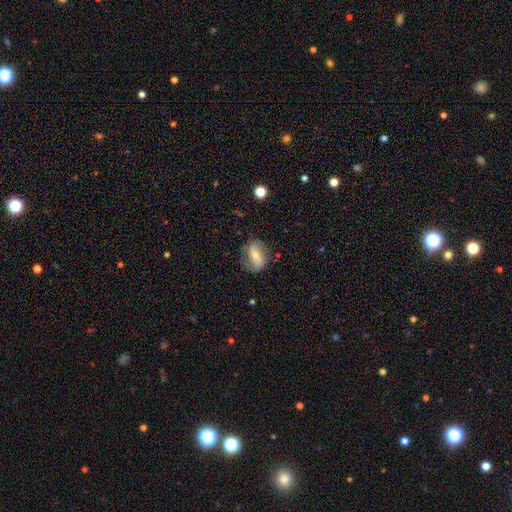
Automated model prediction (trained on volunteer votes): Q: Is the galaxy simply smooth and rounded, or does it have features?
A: featured or disk — 58%.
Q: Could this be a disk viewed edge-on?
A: no — 93%.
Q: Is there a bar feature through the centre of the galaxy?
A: strong — 39%.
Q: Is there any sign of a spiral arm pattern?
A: yes — 74%.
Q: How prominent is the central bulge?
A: moderate — 51%.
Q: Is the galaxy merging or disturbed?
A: none — 71%.